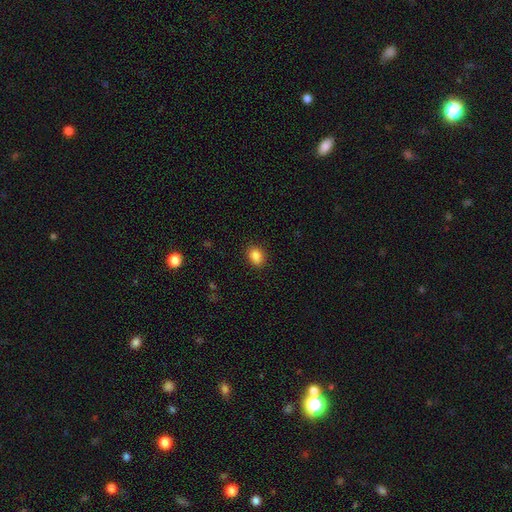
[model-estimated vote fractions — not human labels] Q: Smooth or featured?
A: smooth (85%); runner-up: star or artifact (10%)
Q: How rounded?
A: in between (57%); runner-up: round (42%)
Q: Merging?
A: none (87%); runner-up: minor disturbance (9%)